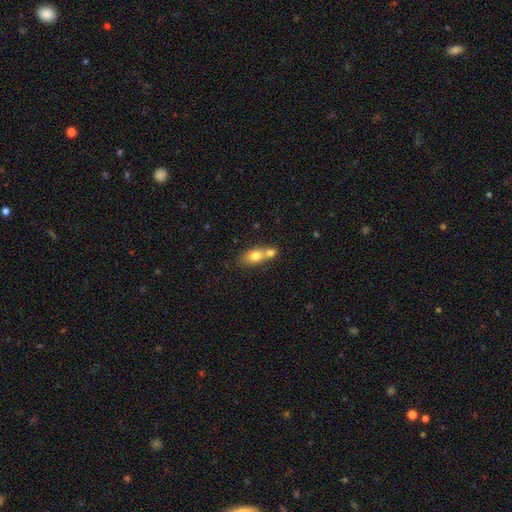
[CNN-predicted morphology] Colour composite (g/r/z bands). It shows a smooth galaxy with no disk features (72%) that is in between round and cigar-shaped (68%). Merging: merger (59%).